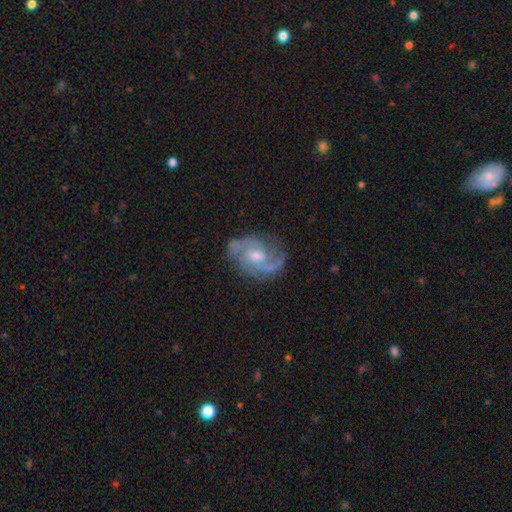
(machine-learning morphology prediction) Smooth or featured? featured or disk (87%)
Edge-on disk? no (97%)
Bar? weak (50%)
Spiral arms? yes (96%)
Spiral winding? medium (53%)
Spiral arm count? 2 (72%)
Bulge size? moderate (56%)
Merging? none (72%)